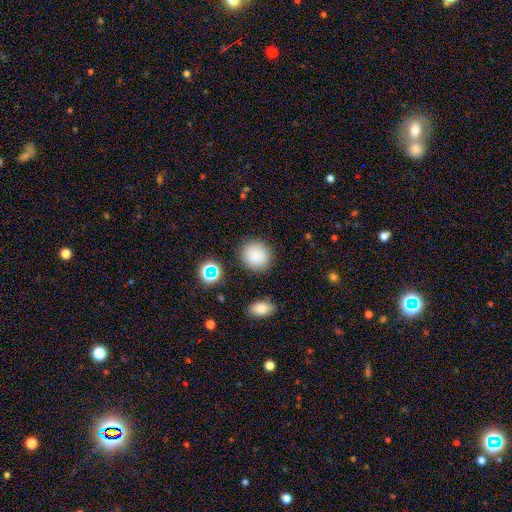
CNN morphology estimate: The model was most divided on "how rounded": round: 86%, in between: 13%, cigar-shaped: 1%. More confident: merging — none (85%); smooth or featured — smooth (85%).